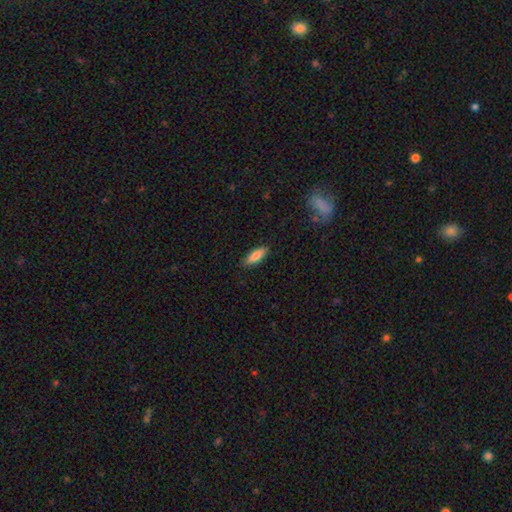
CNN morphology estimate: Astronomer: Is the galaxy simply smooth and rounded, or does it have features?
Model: smooth — 80%.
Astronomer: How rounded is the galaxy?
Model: in between — 58% (runner-up: cigar-shaped, 41%).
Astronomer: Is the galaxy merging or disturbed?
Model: none — 86%.